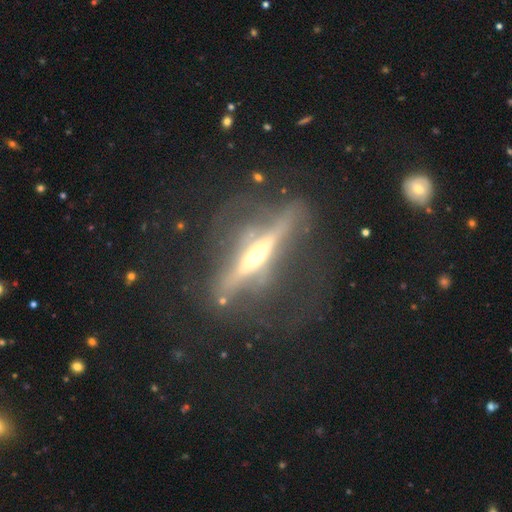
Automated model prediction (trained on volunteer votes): The model was most divided on "merging": none: 51%, major disturbance: 27%, minor disturbance: 18%, merger: 4%. More confident: edge-on bulge — rounded (89%); edge-on disk — yes (82%); smooth or featured — featured or disk (79%).